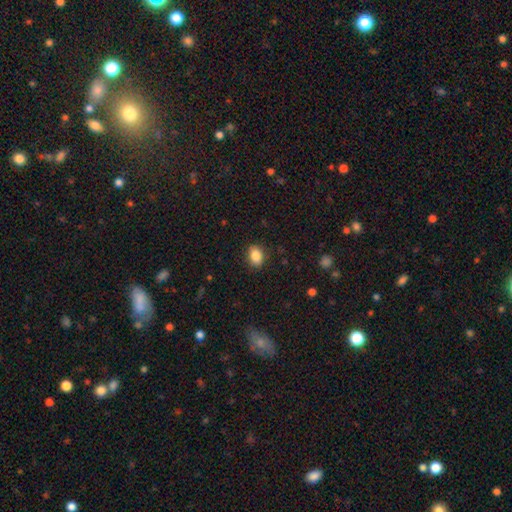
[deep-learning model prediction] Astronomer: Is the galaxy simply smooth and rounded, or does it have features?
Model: smooth — 87%.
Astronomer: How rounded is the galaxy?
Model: in between — 75%.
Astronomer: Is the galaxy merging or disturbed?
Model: none — 87%.